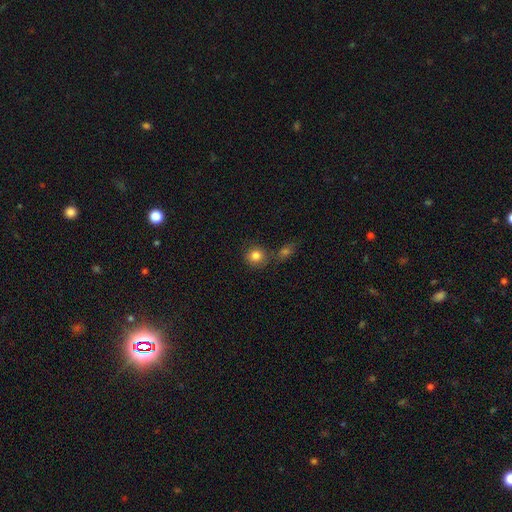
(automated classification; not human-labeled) This is clearly a smooth galaxy (83%). How rounded: clearly round (84%). Merging: likely none (64%).